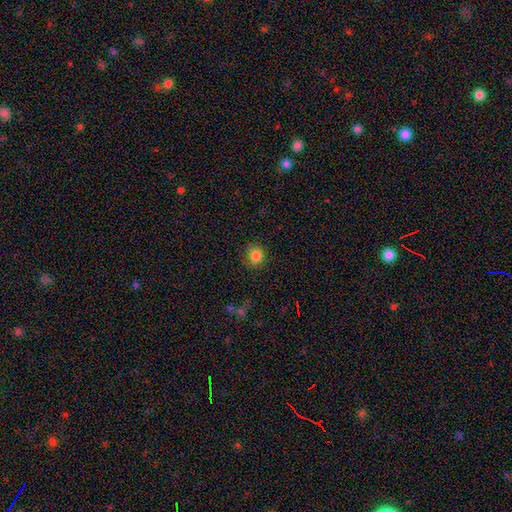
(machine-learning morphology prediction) A smooth galaxy with no disk features (85%) that is round (86%). Merging: none (84%).